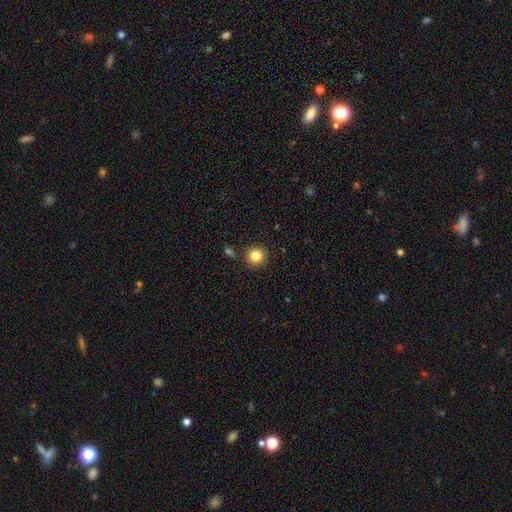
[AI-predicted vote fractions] Smooth or featured?
  - smooth: 84% *
  - star or artifact: 11%
  - featured or disk: 6%
How rounded?
  - round: 93% *
  - in between: 6%
  - cigar-shaped: 1%
Merging?
  - none: 89% *
  - minor disturbance: 6%
  - merger: 3%
  - major disturbance: 2%